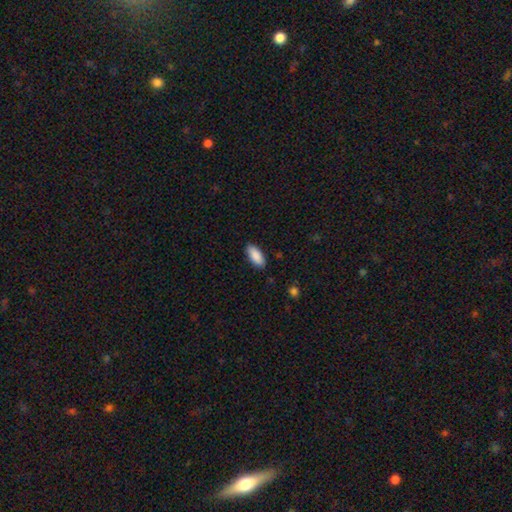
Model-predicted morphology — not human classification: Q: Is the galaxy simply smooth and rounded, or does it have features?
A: smooth — 89%.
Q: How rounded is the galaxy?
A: in between — 85%.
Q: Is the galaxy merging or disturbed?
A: none — 87%.